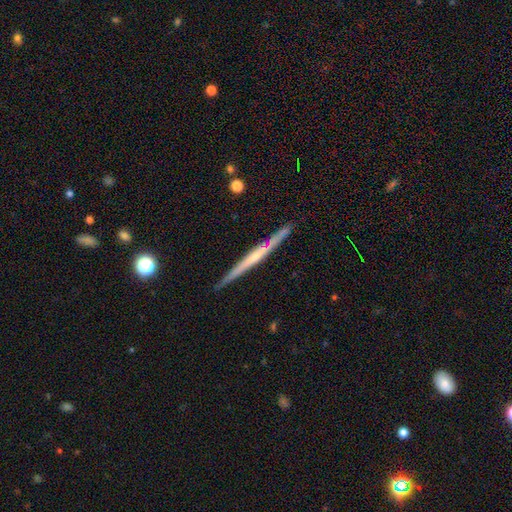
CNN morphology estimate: A featured or disk galaxy (69%) viewed edge-on (98%) with no central bulge (60%). Merging: none (90%).